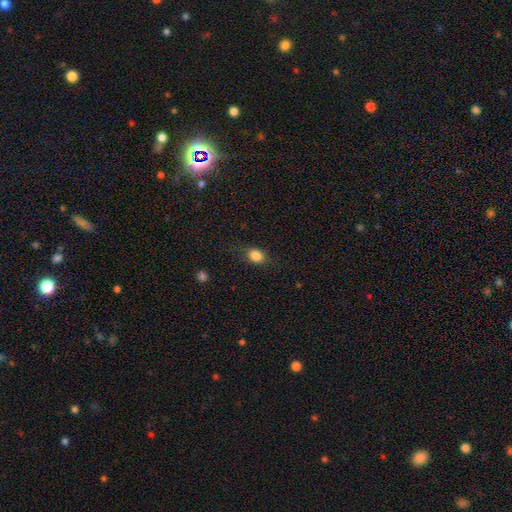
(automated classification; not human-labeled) Morphology: type=smooth (83%); roundness=in between (60%); merging=none (78%).